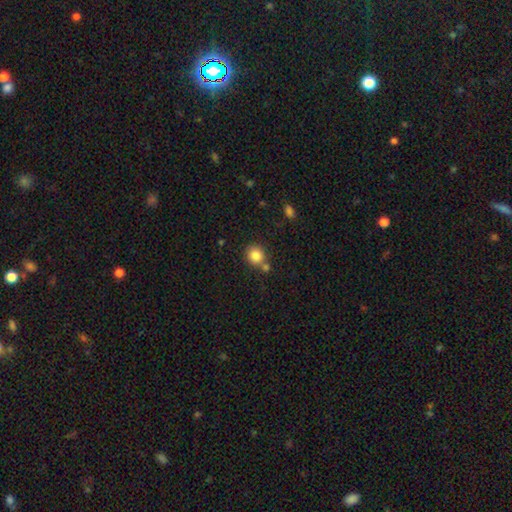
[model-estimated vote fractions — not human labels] This appears to be a smooth galaxy with no disk features (83%) that is round (85%). Merging: none (65%).